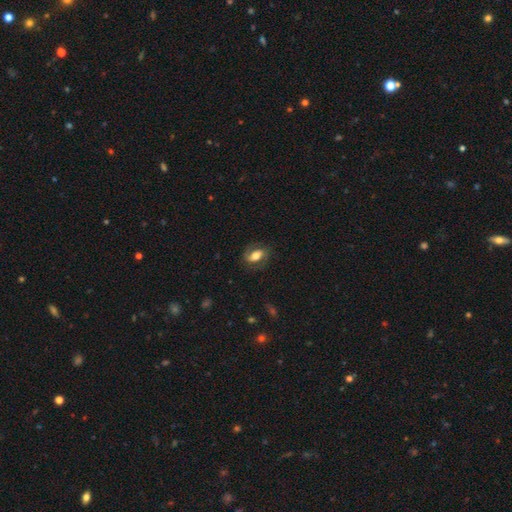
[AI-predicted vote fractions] A featured or disk galaxy (49%). Merging: none (74%).